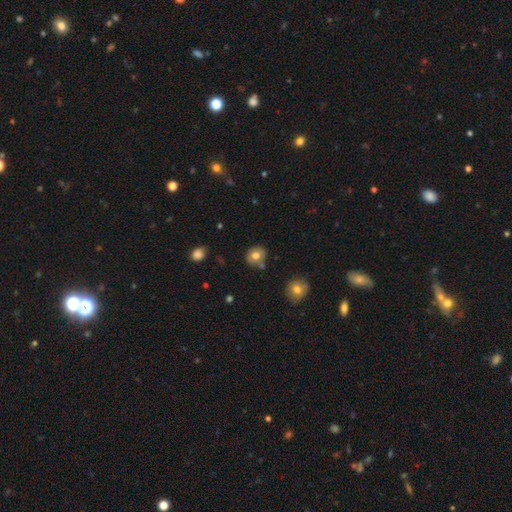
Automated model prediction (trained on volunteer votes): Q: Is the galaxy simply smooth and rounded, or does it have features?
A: smooth — 74%.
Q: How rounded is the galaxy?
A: round — 77%.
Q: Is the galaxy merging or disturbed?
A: none — 67%.